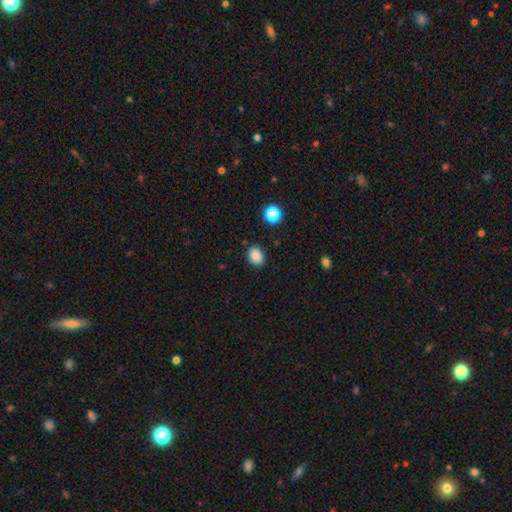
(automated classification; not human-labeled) Smooth or featured?
  - smooth: 86% *
  - star or artifact: 10%
  - featured or disk: 4%
How rounded?
  - in between: 58% *
  - round: 41%
  - cigar-shaped: 1%
Merging?
  - none: 86% *
  - minor disturbance: 9%
  - major disturbance: 2%
  - merger: 2%